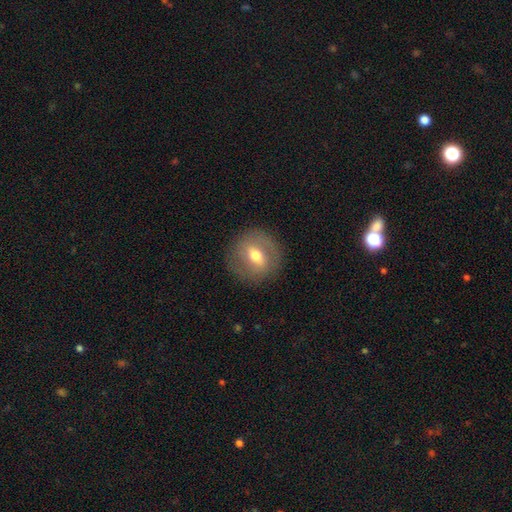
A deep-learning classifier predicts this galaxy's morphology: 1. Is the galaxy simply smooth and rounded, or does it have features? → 48% featured or disk, 44% smooth, 8% star or artifact.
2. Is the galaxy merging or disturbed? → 84% none, 11% minor disturbance, 5% major disturbance, 1% merger.